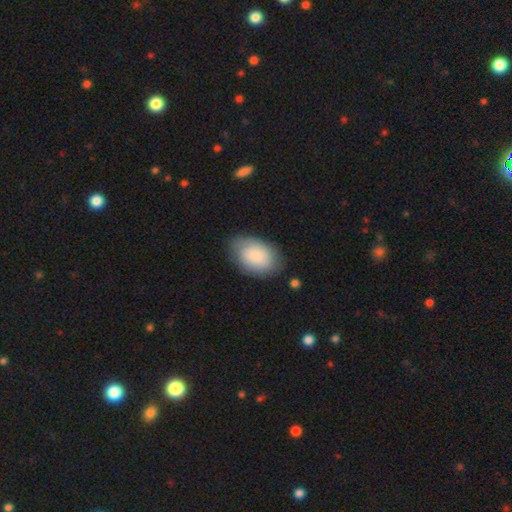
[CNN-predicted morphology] Smooth or featured: smooth — 82% (featured or disk — 12%)
How rounded: in between — 90% (round — 9%)
Merging: none — 77% (minor disturbance — 17%)